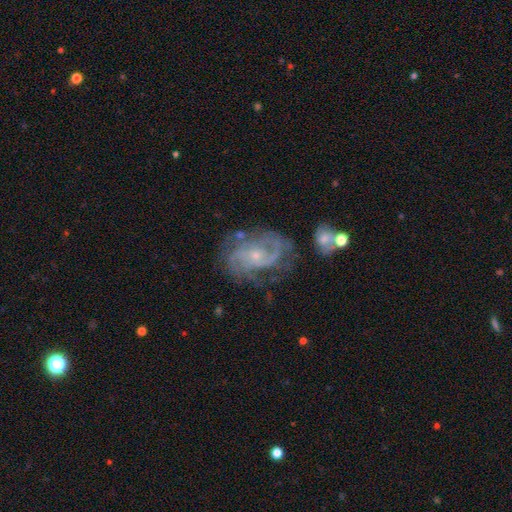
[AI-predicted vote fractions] featured or disk 85%, smooth 8%, star or artifact 7%. Down the decision tree: edge-on disk — no (97%); bar — no (65%); spiral arms — yes (94%); spiral arm count — 2 (46%); spiral winding — tight (44%); bulge size — small (73%); merging — none (60%).